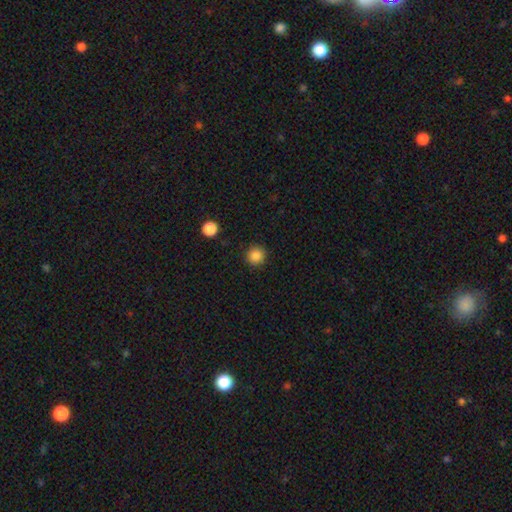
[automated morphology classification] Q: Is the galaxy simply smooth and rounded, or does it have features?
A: smooth — 86%.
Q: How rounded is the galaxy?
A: round — 94%.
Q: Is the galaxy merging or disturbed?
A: none — 91%.